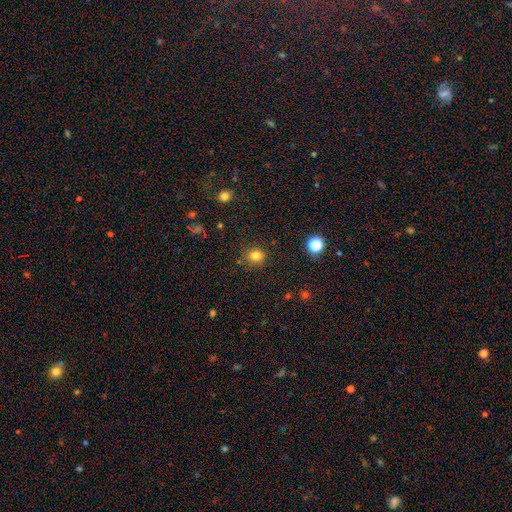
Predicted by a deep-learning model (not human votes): Smooth or featured? Predicted: smooth (p=0.80). How rounded? Predicted: round (p=0.80). Merging? Predicted: none (p=0.84).